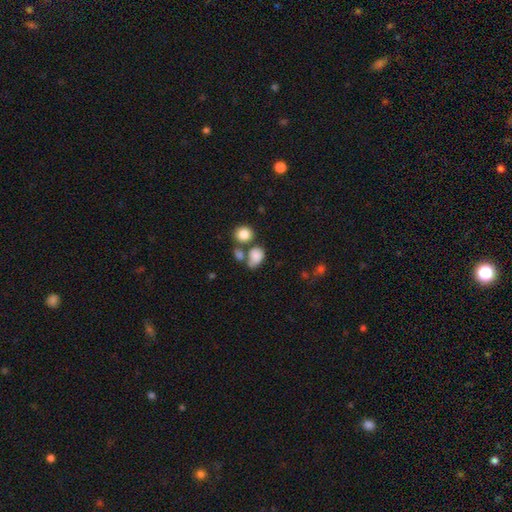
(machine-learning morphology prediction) Smooth or featured?
  - smooth: 82% *
  - star or artifact: 9%
  - featured or disk: 9%
How rounded?
  - in between: 68% *
  - round: 31%
  - cigar-shaped: 1%
Merging?
  - none: 40% *
  - merger: 33%
  - minor disturbance: 18%
  - major disturbance: 9%